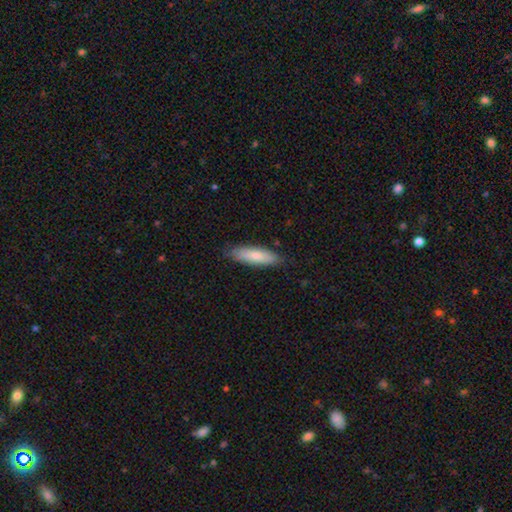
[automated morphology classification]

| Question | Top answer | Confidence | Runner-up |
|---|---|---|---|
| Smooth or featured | smooth | 78% | featured or disk (17%) |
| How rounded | cigar-shaped | 55% | in between (43%) |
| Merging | none | 84% | minor disturbance (13%) |